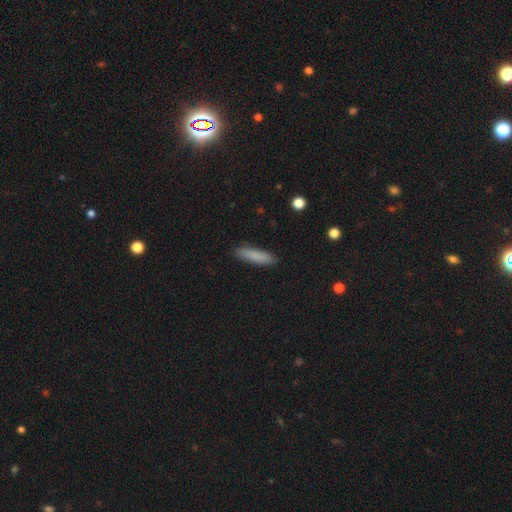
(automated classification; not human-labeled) This appears to be a smooth galaxy with no disk features (84%) that is cigar-shaped (82%). Merging: none (88%).